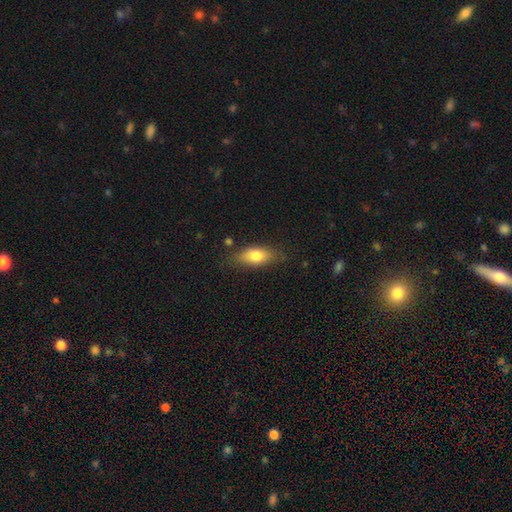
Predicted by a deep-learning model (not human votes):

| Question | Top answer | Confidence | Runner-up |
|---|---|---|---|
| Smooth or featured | smooth | 76% | featured or disk (17%) |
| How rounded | in between | 80% | cigar-shaped (15%) |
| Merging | none | 77% | minor disturbance (17%) |